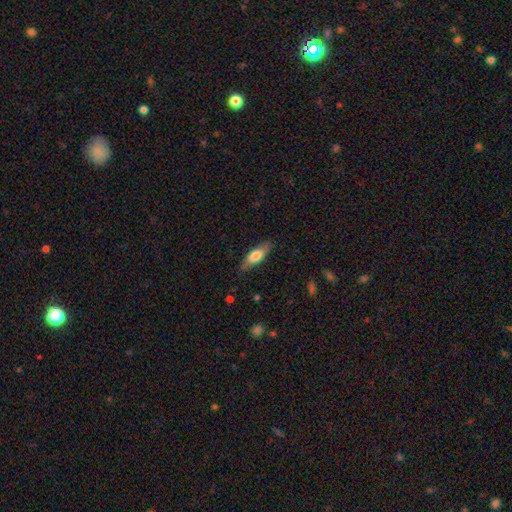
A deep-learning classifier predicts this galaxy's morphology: Q: Smooth or featured?
A: smooth (69%); runner-up: featured or disk (26%)
Q: How rounded?
A: in between (56%); runner-up: cigar-shaped (42%)
Q: Merging?
A: none (81%); runner-up: minor disturbance (15%)